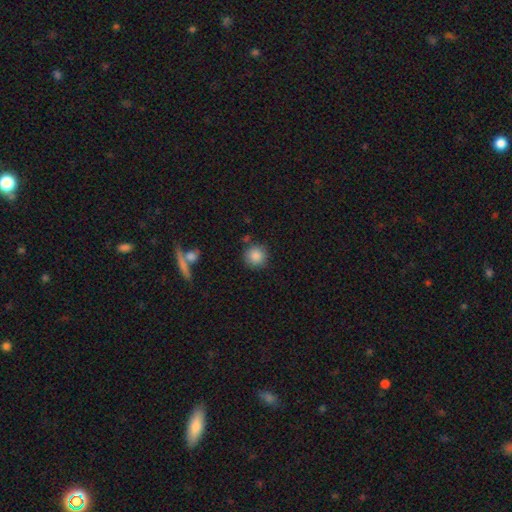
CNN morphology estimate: type=smooth (87%); roundness=round (92%); merging=none (82%).